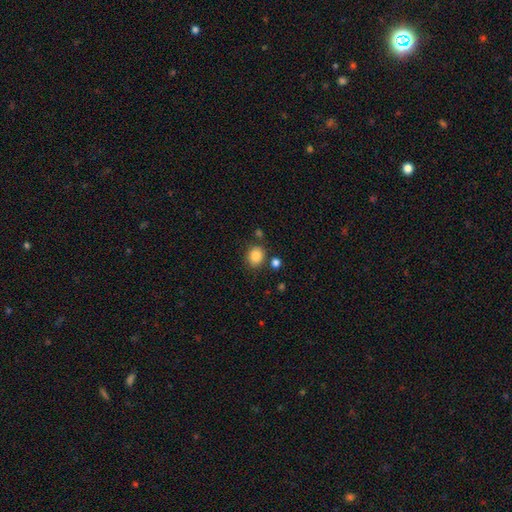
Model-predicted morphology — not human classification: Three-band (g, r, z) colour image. It shows a smooth galaxy with no disk features (86%) that is round (68%). Merging: none (79%).